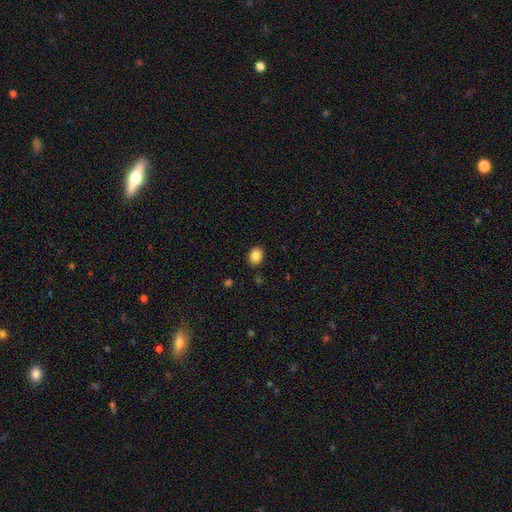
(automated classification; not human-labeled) A smooth galaxy with no disk features (86%) that is in between round and cigar-shaped (66%).

Vote fractions:
- Smooth or featured? smooth: 86% / star or artifact: 9% / featured or disk: 5%
- How rounded? in between: 66% / round: 33% / cigar-shaped: 1%
- Merging? none: 88% / minor disturbance: 9% / major disturbance: 2% / merger: 1%